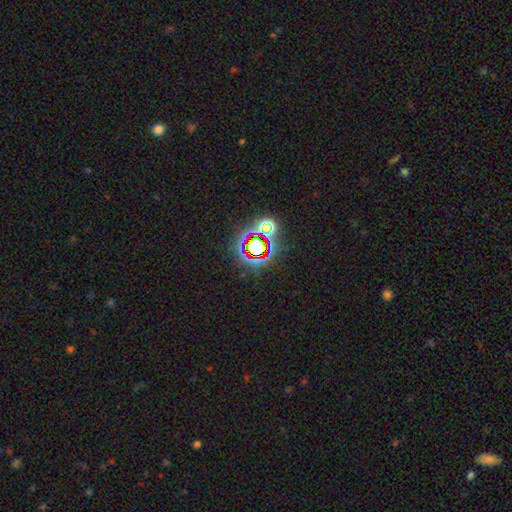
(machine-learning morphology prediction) Smooth or featured?
  - star or artifact: 76% *
  - smooth: 14%
  - featured or disk: 10%